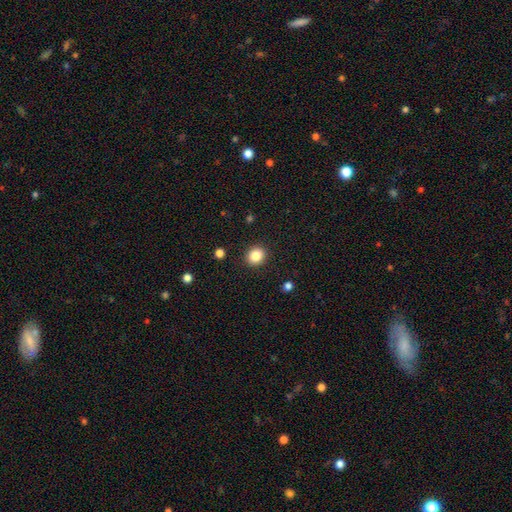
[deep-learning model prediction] The model was most divided on "how rounded": round: 76%, in between: 23%, cigar-shaped: 1%. More confident: merging — none (91%); smooth or featured — smooth (85%).